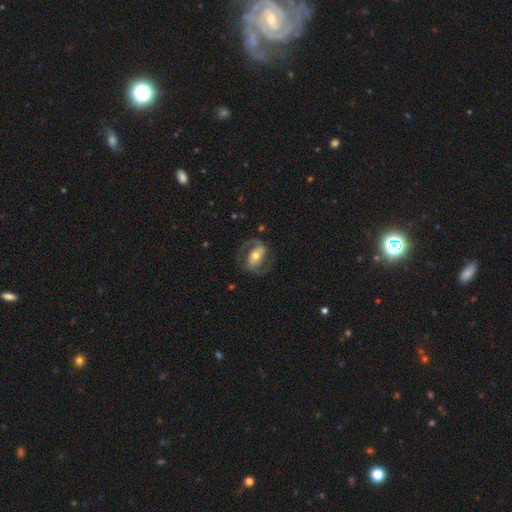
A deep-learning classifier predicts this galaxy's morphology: A featured or disk galaxy (82%) with a strong bar (43%), 2 (90%) medium (55%) spiral arms (91%) and a moderate central bulge (68%).

Vote fractions:
- Smooth or featured? featured or disk: 82% / smooth: 13% / star or artifact: 5%
- Edge-on disk? no: 96% / yes: 4%
- Bar? strong: 43% / weak: 32% / no: 25%
- Spiral arms? yes: 91% / no: 9%
- Spiral winding? medium: 55% / loose: 24% / tight: 21%
- Spiral arm count? 2: 90% / can't tell: 4% / 1: 3% / 3: 1% / 4: 1% / more than 4: 1%
- Bulge size? moderate: 68% / small: 21% / large: 9% / dominant: 1% / none: 1%
- Merging? none: 75% / minor disturbance: 13% / major disturbance: 10% / merger: 1%